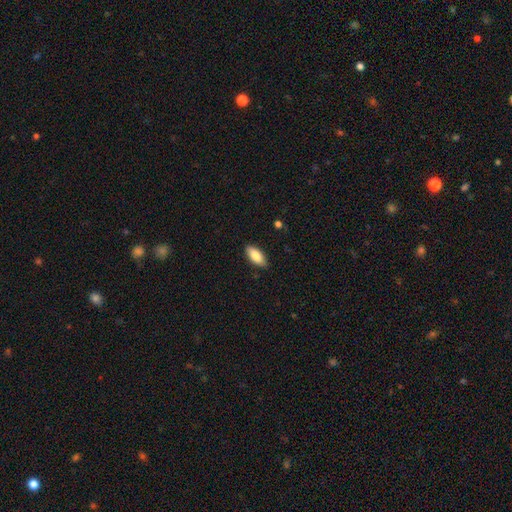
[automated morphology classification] smooth-or-featured: smooth: 85% | featured or disk: 9% | star or artifact: 6%
  how-rounded: in between: 85% | cigar-shaped: 13% | round: 2%
  merging: none: 86% | minor disturbance: 11% | major disturbance: 2% | merger: 1%